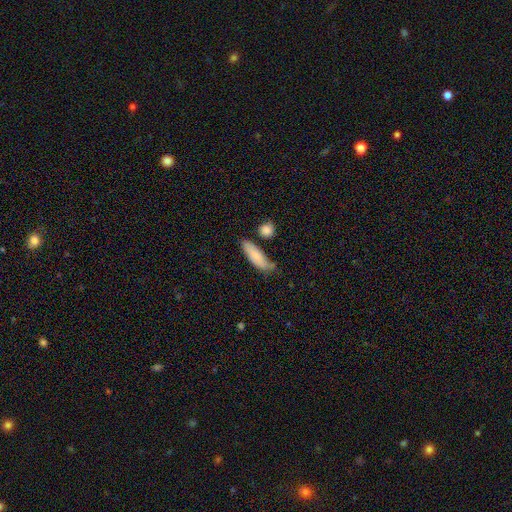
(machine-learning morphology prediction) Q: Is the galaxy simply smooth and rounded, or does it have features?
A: smooth — 78%.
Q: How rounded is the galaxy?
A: in between — 56%.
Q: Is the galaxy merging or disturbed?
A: none — 56%.